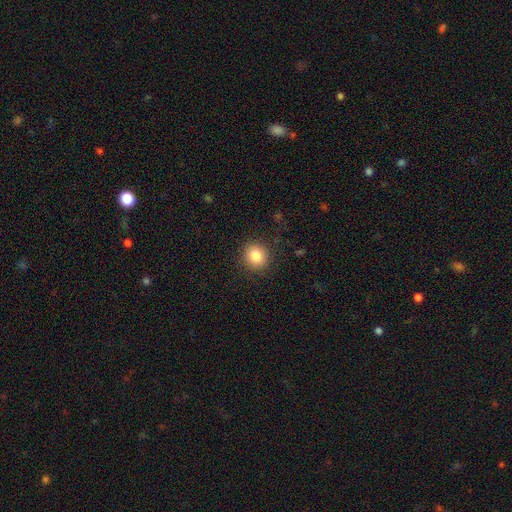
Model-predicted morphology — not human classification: Smooth or featured?
  - smooth: 84% *
  - star or artifact: 10%
  - featured or disk: 6%
How rounded?
  - round: 83% *
  - in between: 16%
  - cigar-shaped: 1%
Merging?
  - none: 89% *
  - minor disturbance: 8%
  - major disturbance: 3%
  - merger: 1%